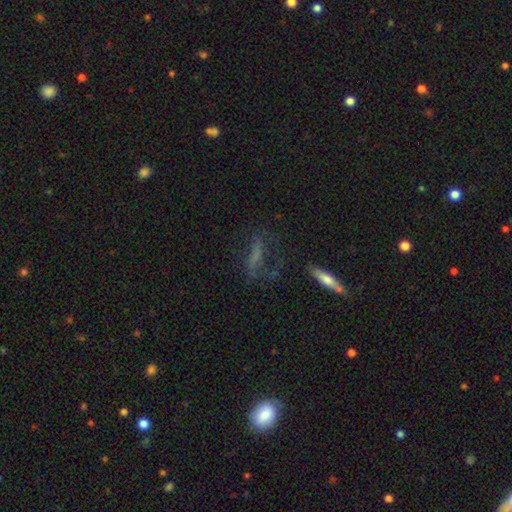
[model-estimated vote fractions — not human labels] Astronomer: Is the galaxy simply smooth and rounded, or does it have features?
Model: featured or disk — 42% (runner-up: smooth, 37%).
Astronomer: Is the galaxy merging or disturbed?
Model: none — 51%.